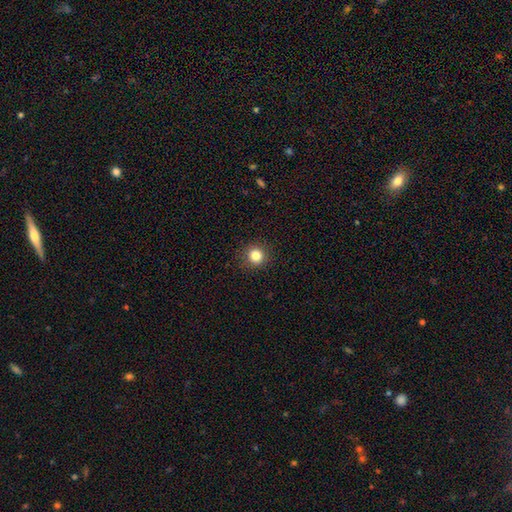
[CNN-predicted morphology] smooth-or-featured: smooth: 83% | star or artifact: 12% | featured or disk: 5%
  how-rounded: round: 93% | in between: 6% | cigar-shaped: 1%
  merging: none: 91% | minor disturbance: 6% | major disturbance: 2% | merger: 1%